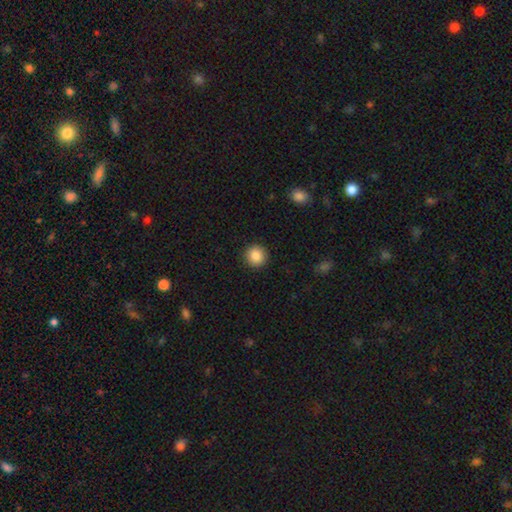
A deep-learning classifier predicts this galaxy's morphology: A smooth galaxy with no disk features (88%) that is round (93%). Merging: none (92%).